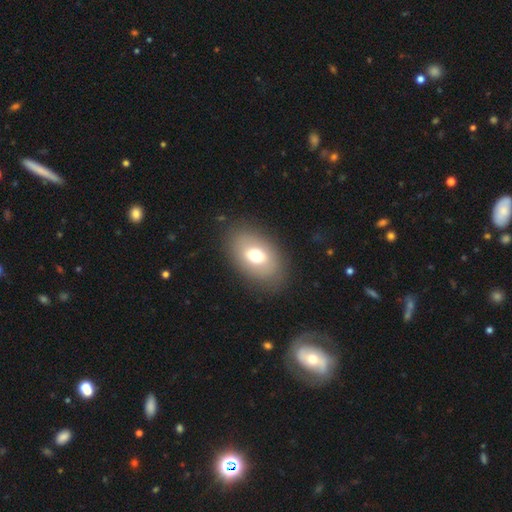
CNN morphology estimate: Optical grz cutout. It shows a smooth galaxy with no disk features (68%) that is in between round and cigar-shaped (86%). Merging: none (85%).